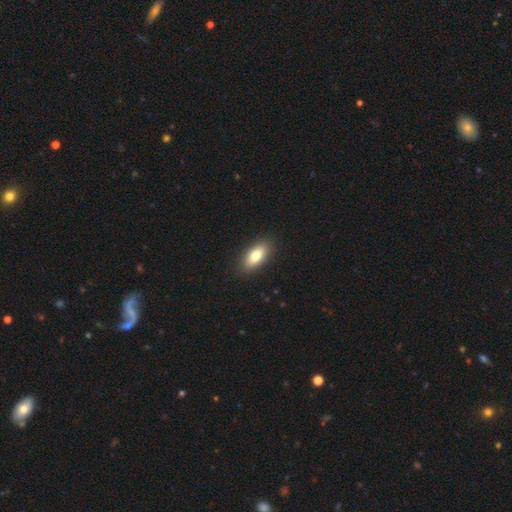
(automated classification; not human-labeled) Smooth or featured: smooth — 80% (featured or disk — 14%)
How rounded: in between — 84% (cigar-shaped — 13%)
Merging: none — 89% (minor disturbance — 8%)